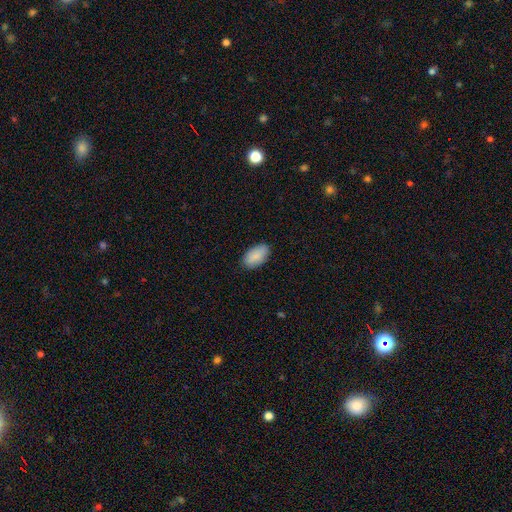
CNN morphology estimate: Smooth or featured? smooth (88%)
How rounded? in between (95%)
Merging? none (84%)